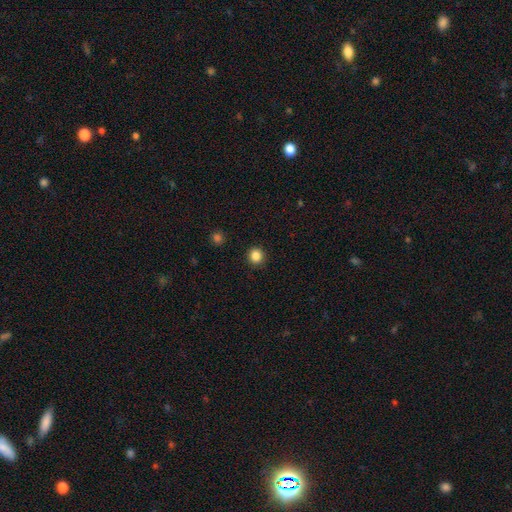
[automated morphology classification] smooth 85%, star or artifact 11%, featured or disk 3%. Down the decision tree: how rounded — round (92%); merging — none (92%).